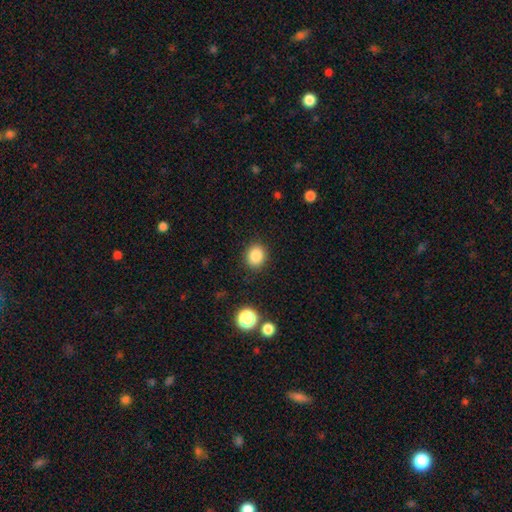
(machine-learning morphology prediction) Q: Smooth or featured?
A: smooth (85%); runner-up: star or artifact (11%)
Q: How rounded?
A: round (74%); runner-up: in between (25%)
Q: Merging?
A: none (89%); runner-up: minor disturbance (7%)